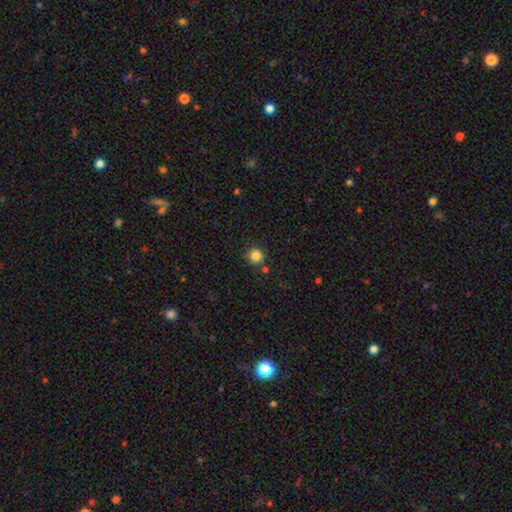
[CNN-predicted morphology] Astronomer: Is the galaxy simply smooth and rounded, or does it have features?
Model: smooth — 84%.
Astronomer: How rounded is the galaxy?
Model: round — 94%.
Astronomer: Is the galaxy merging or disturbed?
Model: none — 85%.